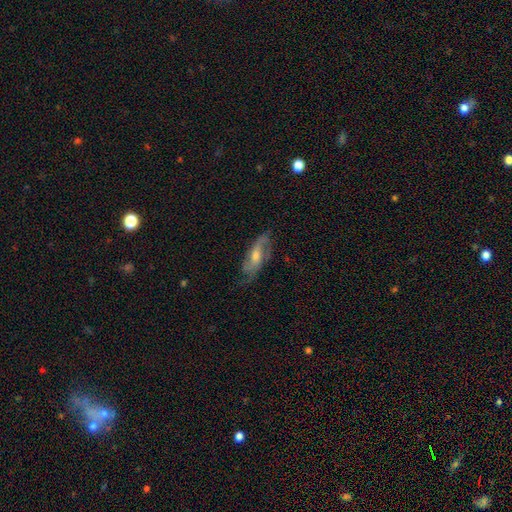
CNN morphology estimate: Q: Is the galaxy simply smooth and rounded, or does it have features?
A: featured or disk — 74%.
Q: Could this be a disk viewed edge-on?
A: no — 85%.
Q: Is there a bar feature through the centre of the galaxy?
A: no — 49%.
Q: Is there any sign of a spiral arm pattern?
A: yes — 90%.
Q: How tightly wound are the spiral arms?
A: medium — 44%.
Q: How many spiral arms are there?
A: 2 — 64%.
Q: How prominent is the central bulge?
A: moderate — 58%.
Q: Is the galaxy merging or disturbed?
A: none — 67%.